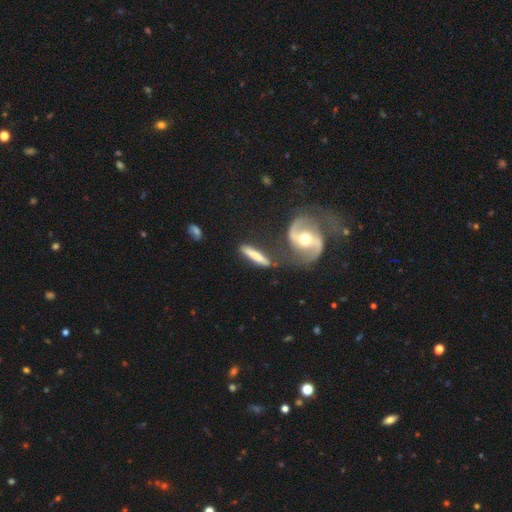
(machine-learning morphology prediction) Smooth or featured? smooth (51%)
How rounded? cigar-shaped (88%)
Merging? none (67%)